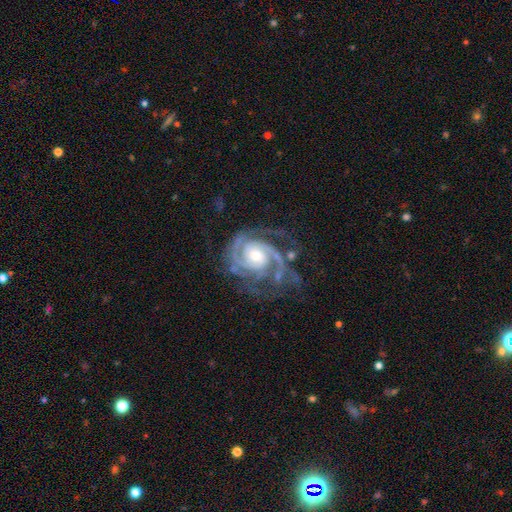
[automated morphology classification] featured or disk 93%, star or artifact 4%, smooth 3%. Down the decision tree: edge-on disk — no (98%); bar — no (64%); spiral arms — yes (98%); spiral arm count — 2 (49%); spiral winding — tight (64%); bulge size — moderate (57%); merging — none (60%).